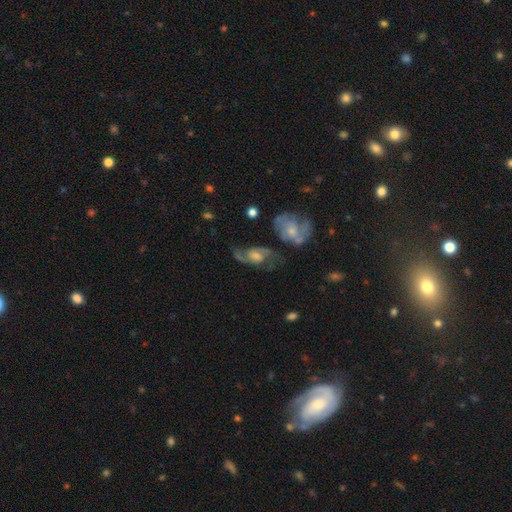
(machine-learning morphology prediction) A featured or disk galaxy (74%) with no bar (53%), 2 (85%) loose (47%) spiral arms (90%) and a moderate central bulge (42%). Merging: none (48%).